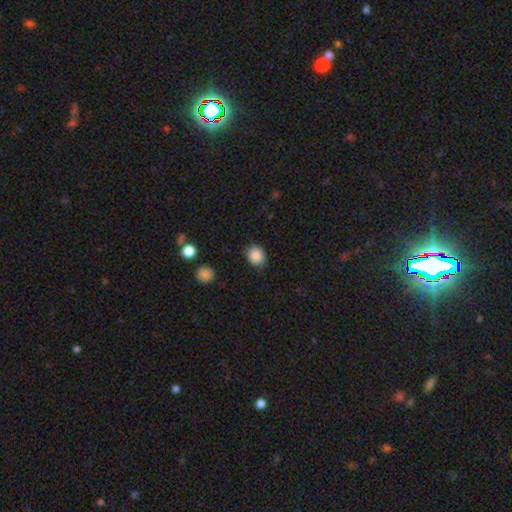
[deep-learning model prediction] This appears to be a smooth galaxy with no disk features (87%) that is round (68%). Merging: none (80%).